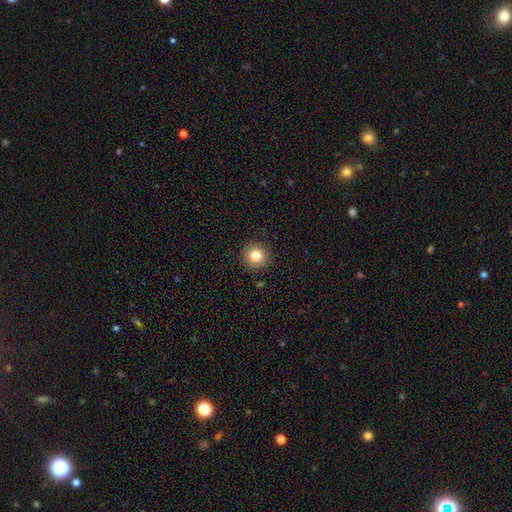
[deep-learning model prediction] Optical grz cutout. It shows a smooth galaxy with no disk features (81%) that is round (94%). Merging: none (92%).